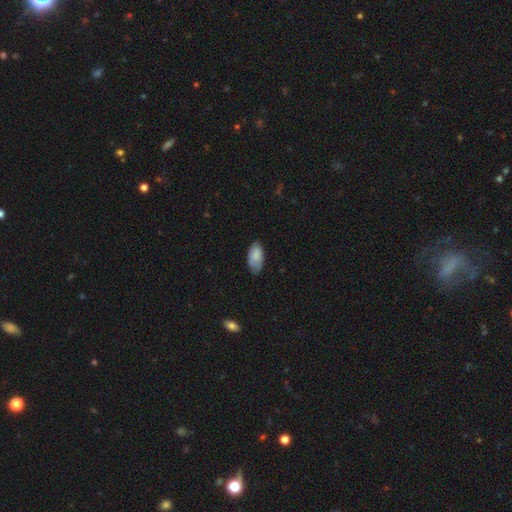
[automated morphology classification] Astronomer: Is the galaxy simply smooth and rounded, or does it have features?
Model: smooth — 81%.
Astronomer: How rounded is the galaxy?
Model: in between — 94%.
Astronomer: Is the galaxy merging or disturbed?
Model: none — 65%.